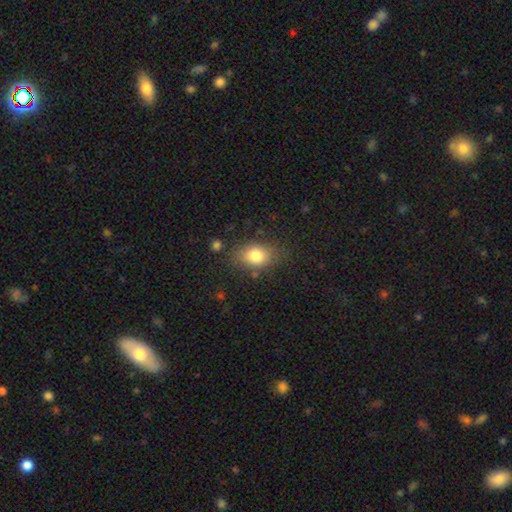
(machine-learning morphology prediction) This is likely a smooth galaxy (80%). How rounded: likely in between (73%). Merging: likely none (77%).